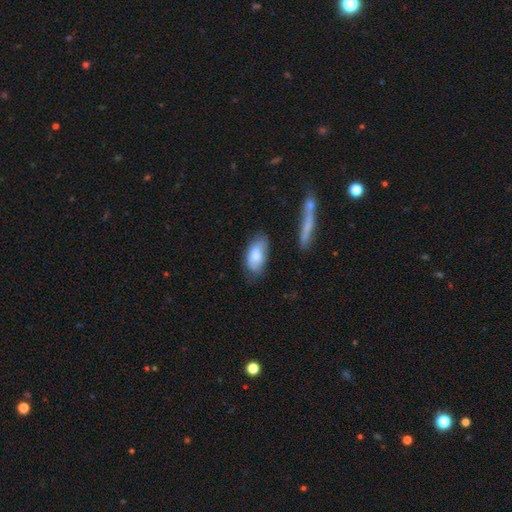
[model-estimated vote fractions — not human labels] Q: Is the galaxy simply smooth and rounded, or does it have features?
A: smooth — 75%.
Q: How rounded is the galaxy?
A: in between — 92%.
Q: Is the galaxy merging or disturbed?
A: none — 59%.